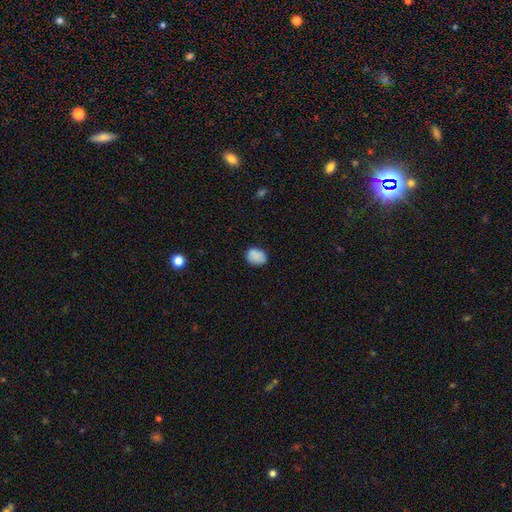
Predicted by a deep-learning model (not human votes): A smooth galaxy with no disk features (85%) that is in between round and cigar-shaped (63%).

Vote fractions:
- Smooth or featured? smooth: 85% / star or artifact: 9% / featured or disk: 7%
- How rounded? in between: 63% / round: 36% / cigar-shaped: 1%
- Merging? none: 78% / minor disturbance: 18% / major disturbance: 3% / merger: 1%